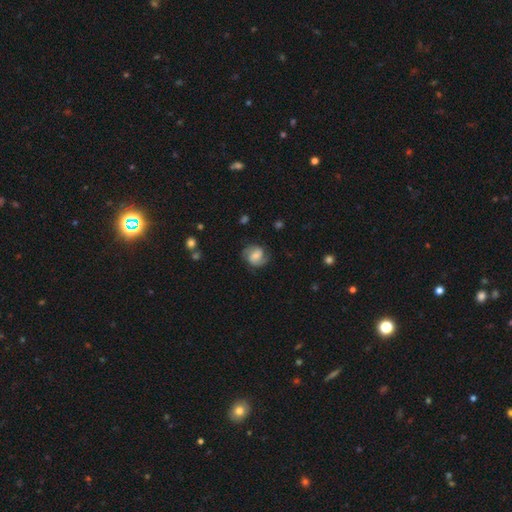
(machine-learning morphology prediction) smooth_or_featured: featured or disk (p=0.57) [alt: smooth p=0.35]
disk_edge_on: no (p=0.98) [alt: yes p=0.02]
bar: weak (p=0.43) [alt: no p=0.41]
has_spiral_arms: yes (p=0.90) [alt: no p=0.10]
spiral_winding: medium (p=0.46) [alt: tight p=0.32]
spiral_arm_count: 2 (p=0.82) [alt: can't tell p=0.09]
bulge_size: moderate (p=0.34) [alt: small p=0.33]
merging: none (p=0.71) [alt: minor disturbance p=0.19]